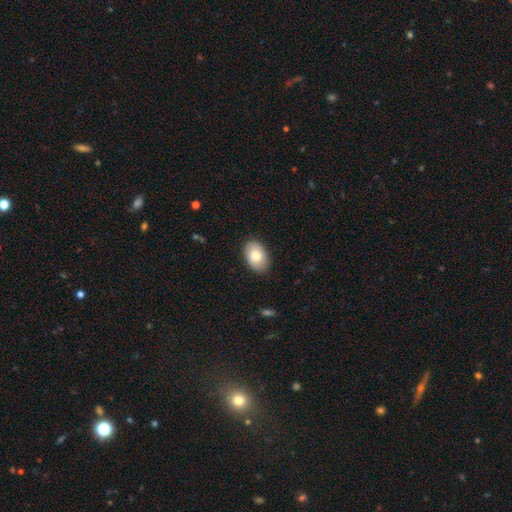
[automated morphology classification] Smooth or featured: smooth — 79% (featured or disk — 14%)
How rounded: in between — 89% (round — 10%)
Merging: none — 87% (minor disturbance — 10%)